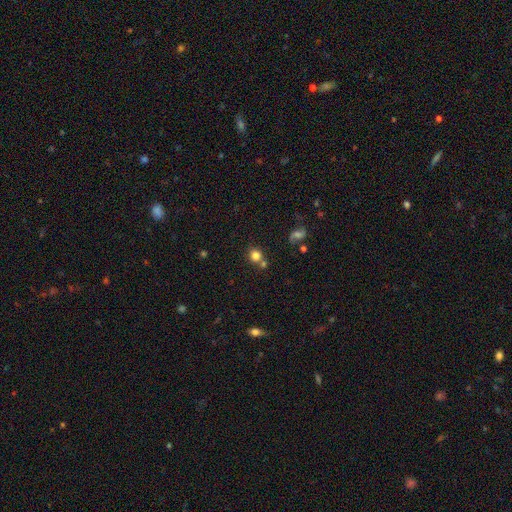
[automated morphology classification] smooth-or-featured: smooth: 79% | star or artifact: 12% | featured or disk: 9%
  how-rounded: round: 83% | in between: 16% | cigar-shaped: 1%
  merging: none: 63% | merger: 22% | minor disturbance: 11% | major disturbance: 4%